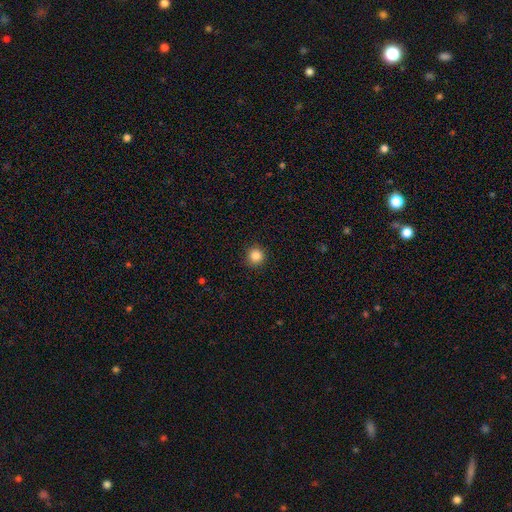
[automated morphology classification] smooth 86%, star or artifact 11%, featured or disk 4%. Down the decision tree: how rounded — round (95%); merging — none (92%).